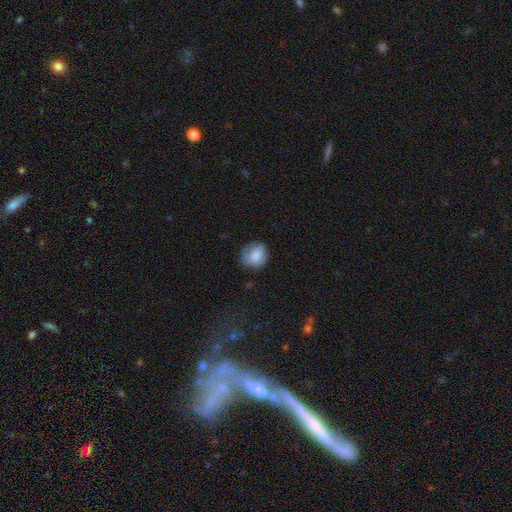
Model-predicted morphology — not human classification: Smooth or featured? smooth (74%)
How rounded? round (72%)
Merging? none (64%)